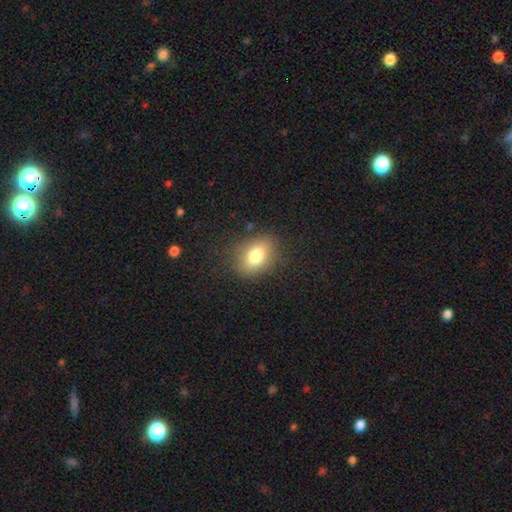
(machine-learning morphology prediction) A smooth galaxy with no disk features (78%) that is in between round and cigar-shaped (71%).

Vote fractions:
- Smooth or featured? smooth: 78% / featured or disk: 12% / star or artifact: 10%
- How rounded? in between: 71% / round: 27% / cigar-shaped: 2%
- Merging? none: 81% / minor disturbance: 13% / major disturbance: 5% / merger: 1%